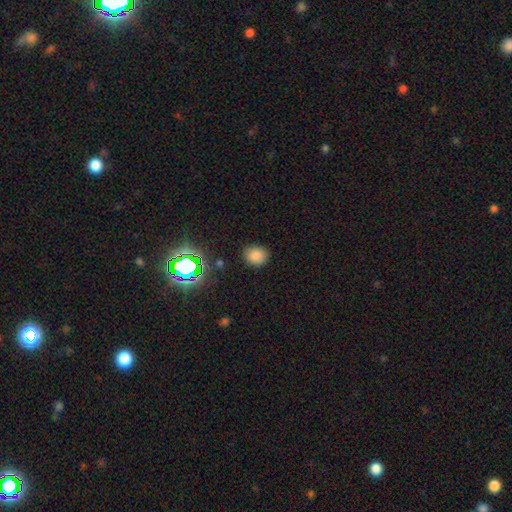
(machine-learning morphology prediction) smooth-or-featured: smooth: 78% | star or artifact: 16% | featured or disk: 5%
  how-rounded: round: 67% | in between: 32% | cigar-shaped: 1%
  merging: none: 86% | minor disturbance: 10% | major disturbance: 3% | merger: 2%